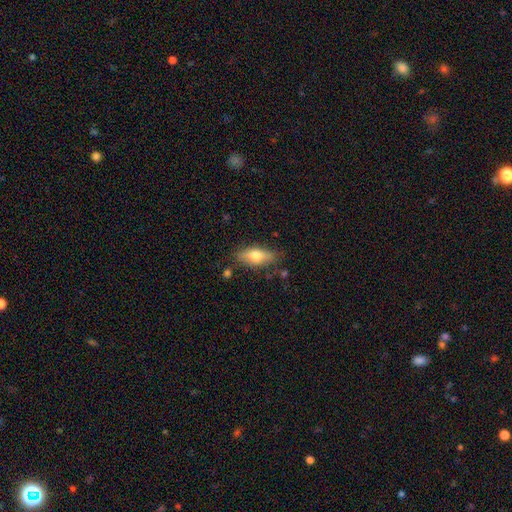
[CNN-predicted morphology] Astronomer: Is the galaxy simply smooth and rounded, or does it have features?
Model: smooth — 67%.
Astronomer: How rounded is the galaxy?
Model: in between — 73%.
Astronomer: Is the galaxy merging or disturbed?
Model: none — 78%.